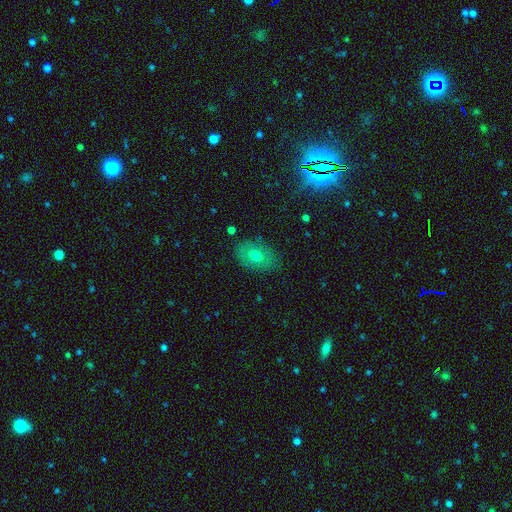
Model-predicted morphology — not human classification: A smooth galaxy with no disk features (62%) that is in between round and cigar-shaped (81%). Merging: none (79%).